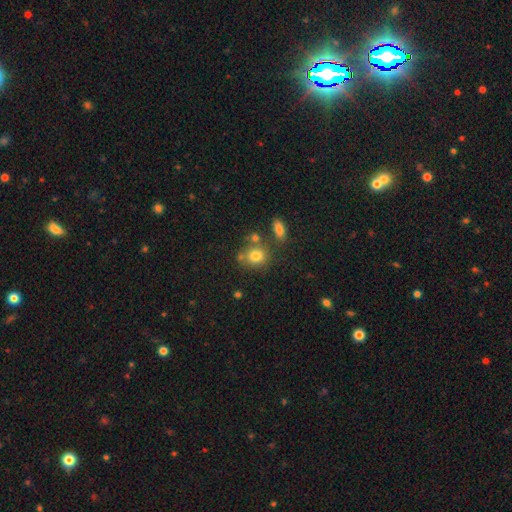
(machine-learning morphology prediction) smooth-or-featured: smooth: 80% | star or artifact: 11% | featured or disk: 9%
  how-rounded: round: 74% | in between: 25% | cigar-shaped: 1%
  merging: none: 64% | merger: 18% | minor disturbance: 14% | major disturbance: 5%